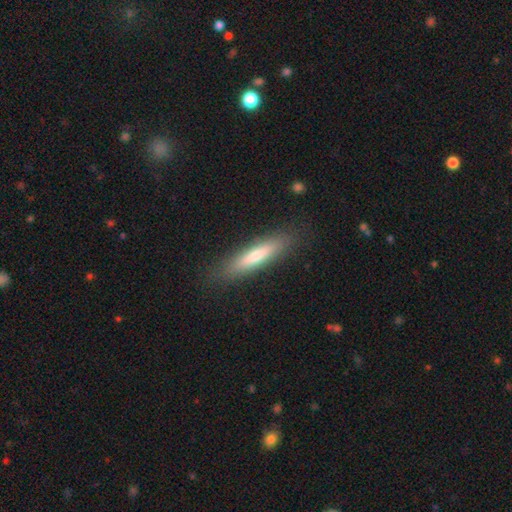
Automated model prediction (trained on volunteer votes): This appears to be a smooth galaxy with no disk features (68%) that is cigar-shaped (86%). Merging: none (87%).